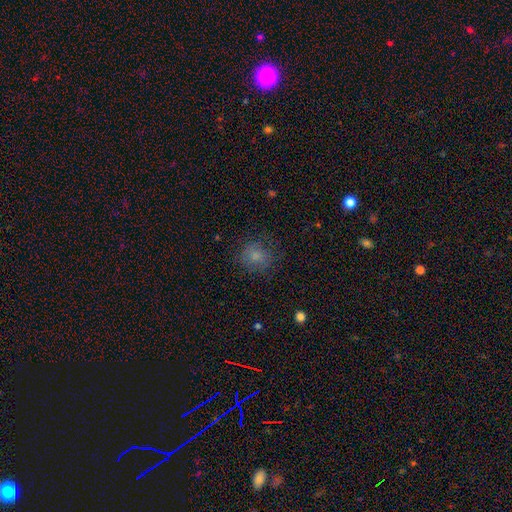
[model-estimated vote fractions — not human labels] smooth-or-featured: smooth: 77% | star or artifact: 12% | featured or disk: 11%
  how-rounded: round: 78% | in between: 21% | cigar-shaped: 1%
  merging: none: 73% | minor disturbance: 17% | major disturbance: 9% | merger: 1%